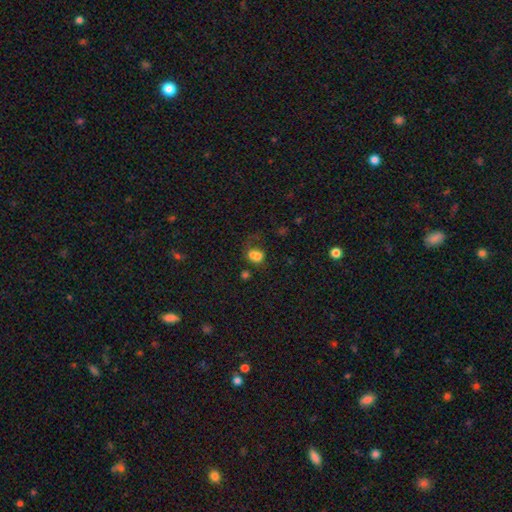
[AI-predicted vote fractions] Q: Smooth or featured?
A: smooth (73%); runner-up: star or artifact (15%)
Q: How rounded?
A: round (50%); runner-up: in between (49%)
Q: Merging?
A: merger (40%); runner-up: none (30%)